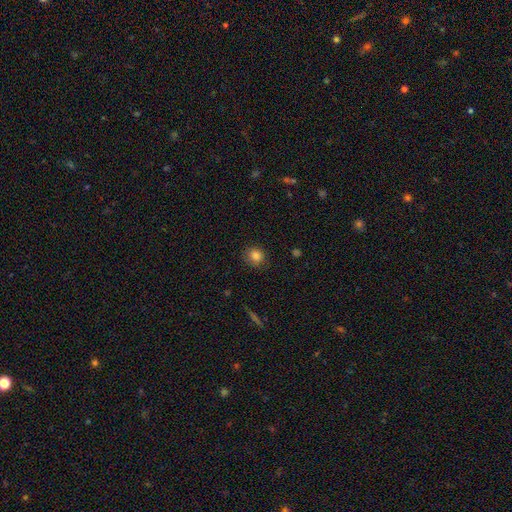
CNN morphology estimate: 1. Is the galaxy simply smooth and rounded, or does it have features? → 83% smooth, 11% star or artifact, 6% featured or disk.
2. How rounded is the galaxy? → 80% round, 19% in between, 1% cigar-shaped.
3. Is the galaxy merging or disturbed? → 81% none, 14% minor disturbance, 4% major disturbance, 1% merger.